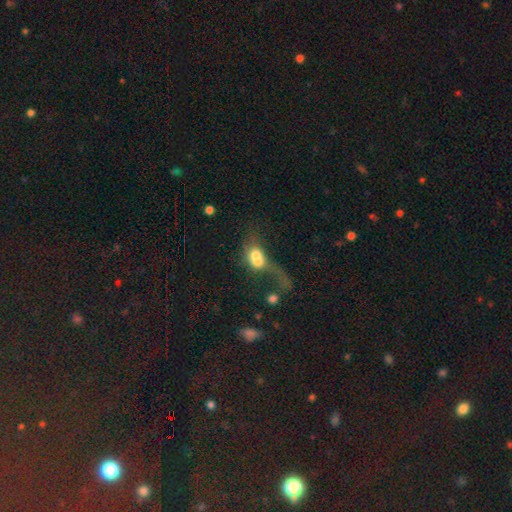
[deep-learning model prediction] The model was most divided on "how rounded": in between: 56%, round: 40%, cigar-shaped: 4%. More confident: merging — merger (63%); smooth or featured — smooth (58%).